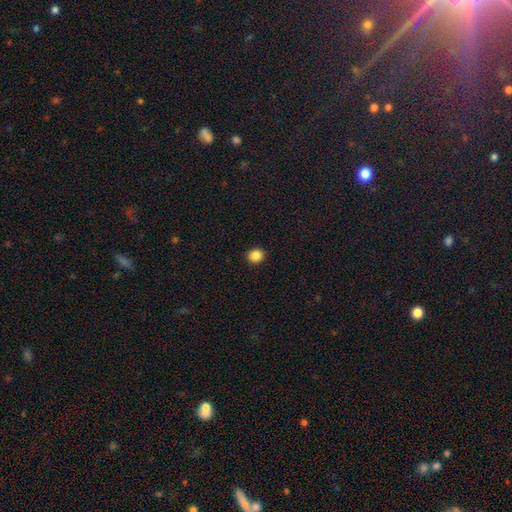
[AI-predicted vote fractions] smooth-or-featured: smooth: 87% | star or artifact: 10% | featured or disk: 3%
  how-rounded: round: 81% | in between: 18% | cigar-shaped: 1%
  merging: none: 92% | minor disturbance: 5% | major disturbance: 2% | merger: 1%